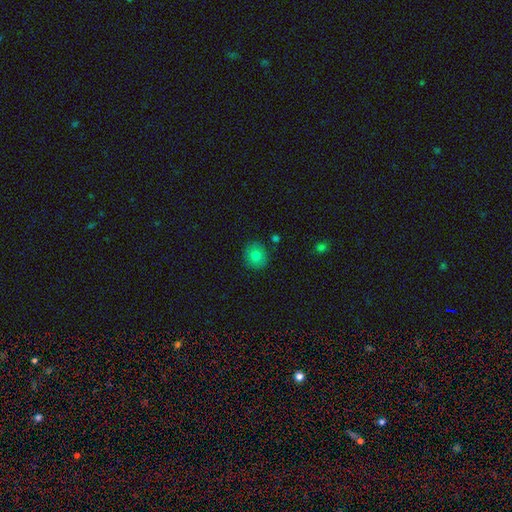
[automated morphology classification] smooth_or_featured: smooth (p=0.80) [alt: featured or disk p=0.10]
how_rounded: round (p=0.85) [alt: in between p=0.14]
merging: none (p=0.86) [alt: minor disturbance p=0.09]